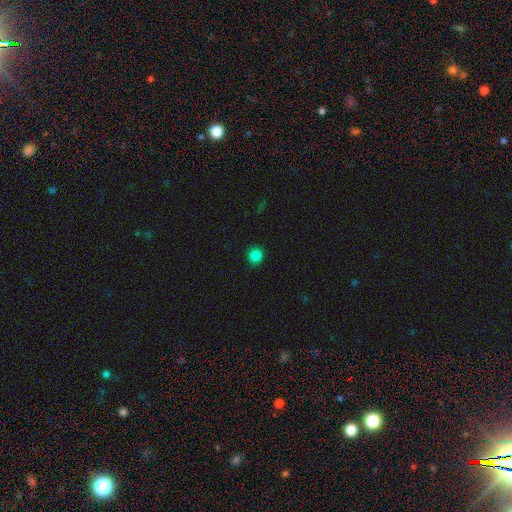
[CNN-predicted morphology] A smooth galaxy with no disk features (85%) that is round (92%). Merging: none (91%).